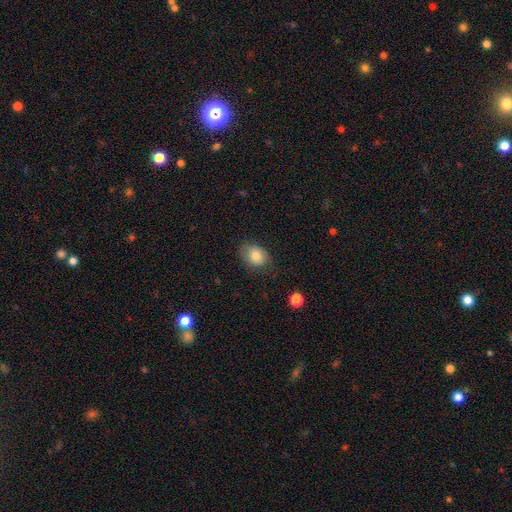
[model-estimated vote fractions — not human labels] Smooth or featured?
  - smooth: 81% *
  - featured or disk: 10%
  - star or artifact: 9%
How rounded?
  - in between: 61% *
  - round: 38%
  - cigar-shaped: 1%
Merging?
  - none: 73% *
  - minor disturbance: 20%
  - major disturbance: 5%
  - merger: 1%